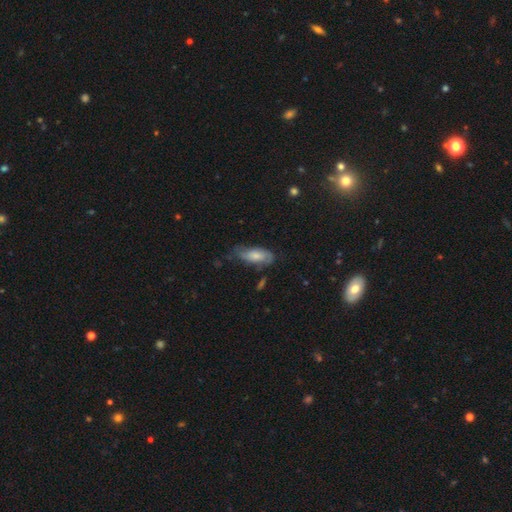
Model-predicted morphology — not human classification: Smooth or featured: smooth — 61% (featured or disk — 32%)
How rounded: in between — 83% (cigar-shaped — 15%)
Merging: none — 46% (minor disturbance — 35%)